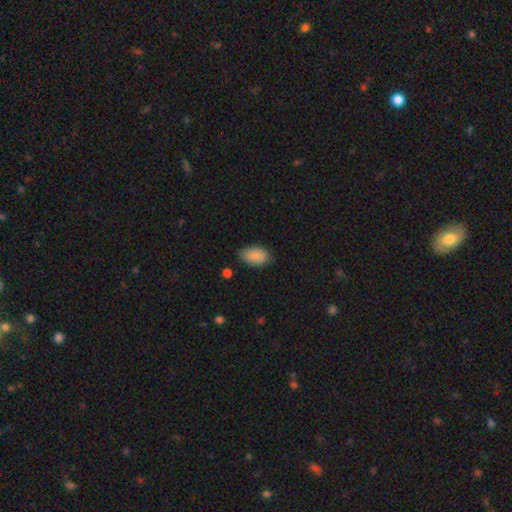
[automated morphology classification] A smooth galaxy with no disk features (85%) that is in between round and cigar-shaped (91%). Merging: none (75%).